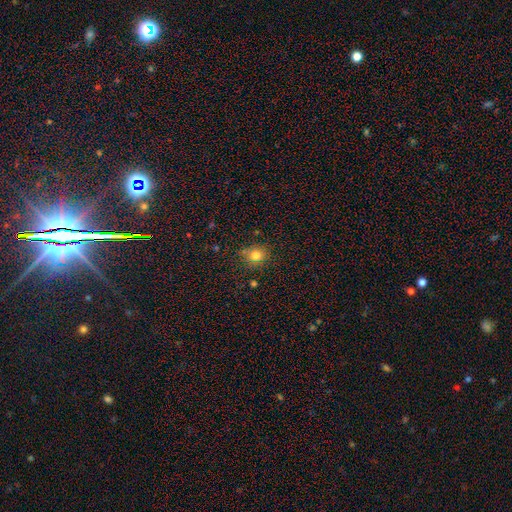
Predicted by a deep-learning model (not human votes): Smooth or featured? smooth (79%)
How rounded? round (80%)
Merging? none (80%)